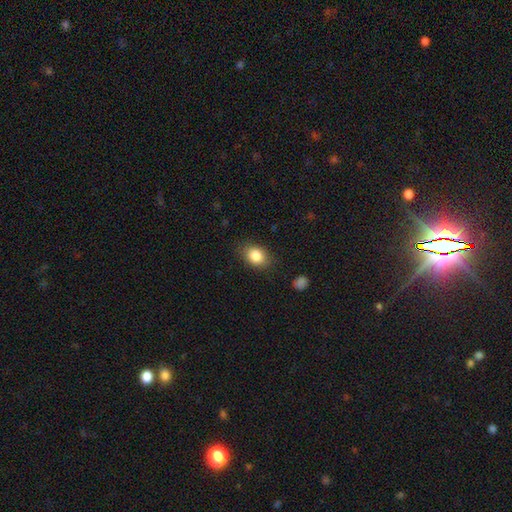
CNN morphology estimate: Overall: smooth (84%). How rounded: in between (67%; round 31%). Merging: none (82%).